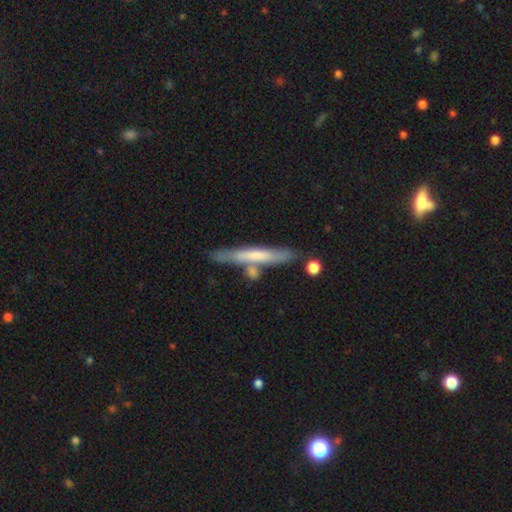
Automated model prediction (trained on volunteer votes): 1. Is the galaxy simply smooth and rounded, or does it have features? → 52% smooth, 42% featured or disk, 6% star or artifact.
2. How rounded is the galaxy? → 93% cigar-shaped, 5% in between, 2% round.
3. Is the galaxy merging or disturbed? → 67% none, 15% minor disturbance, 14% merger, 4% major disturbance.